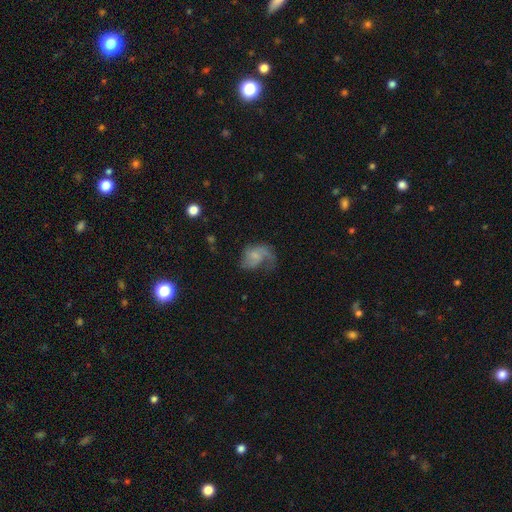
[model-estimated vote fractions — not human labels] Smooth or featured: featured or disk — 59% (smooth — 32%)
Edge-on disk: no — 98% (yes — 2%)
Bar: no — 66% (weak — 30%)
Spiral arms: yes — 81% (no — 19%)
Bulge size: small — 44% (none — 31%)
Merging: major disturbance — 42% (none — 32%)